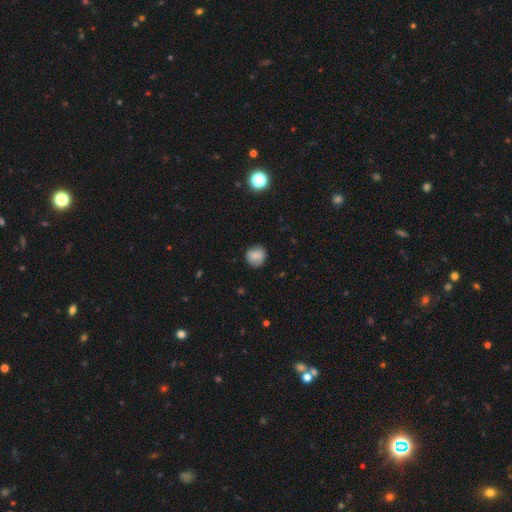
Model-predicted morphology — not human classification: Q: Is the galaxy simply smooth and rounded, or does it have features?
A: smooth — 79%.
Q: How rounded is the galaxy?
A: round — 83%.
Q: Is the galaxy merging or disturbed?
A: none — 76%.